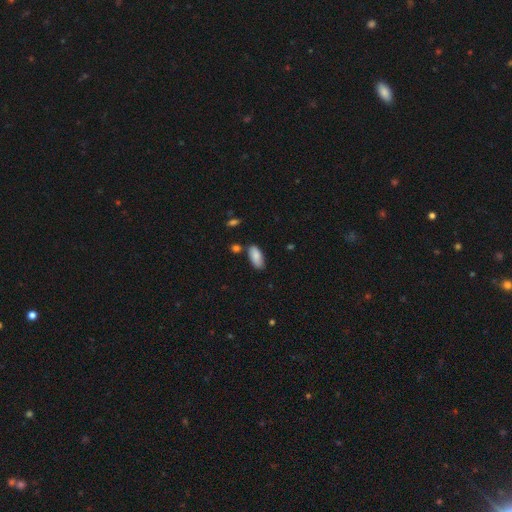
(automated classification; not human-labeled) Smooth or featured? Predicted: smooth (p=0.87). How rounded? Predicted: in between (p=0.89). Merging? Predicted: none (p=0.76).